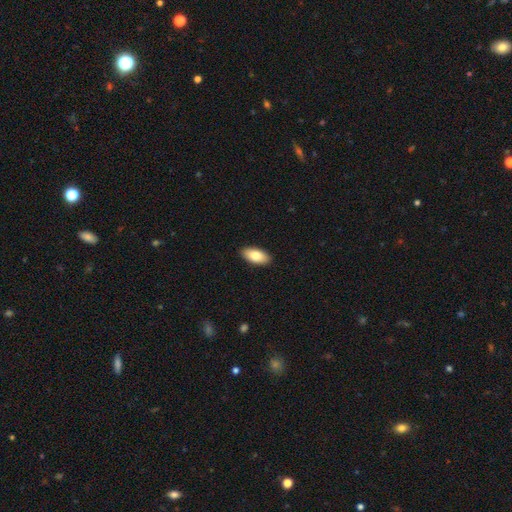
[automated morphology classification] Q: Smooth or featured?
A: smooth (79%); runner-up: featured or disk (14%)
Q: How rounded?
A: in between (91%); runner-up: cigar-shaped (6%)
Q: Merging?
A: none (91%); runner-up: minor disturbance (7%)